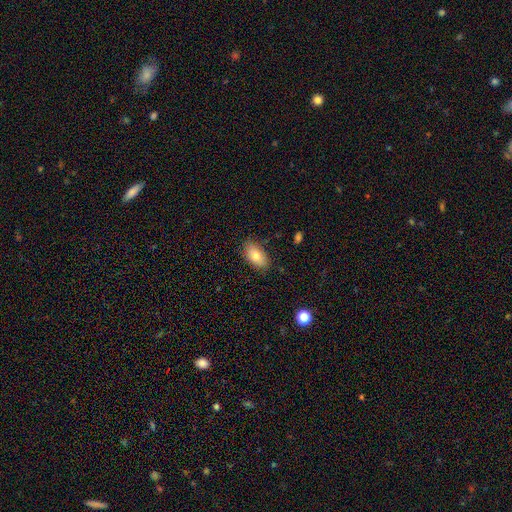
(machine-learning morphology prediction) This is likely a smooth galaxy (80%). How rounded: clearly in between (92%). Merging: clearly none (83%).